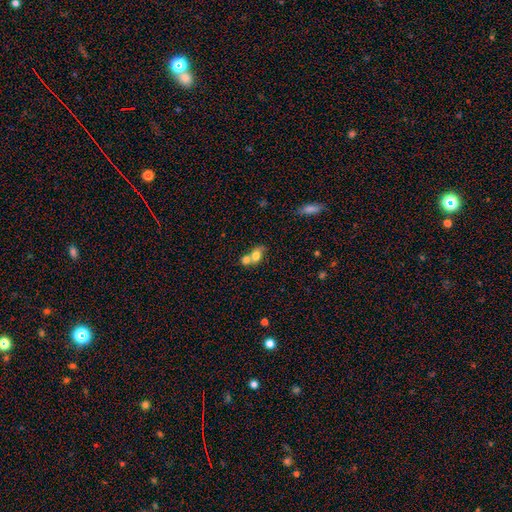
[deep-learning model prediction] Smooth or featured?
  - smooth: 71% *
  - featured or disk: 19%
  - star or artifact: 10%
How rounded?
  - in between: 54% *
  - round: 43%
  - cigar-shaped: 2%
Merging?
  - merger: 62% *
  - none: 25%
  - minor disturbance: 8%
  - major disturbance: 5%